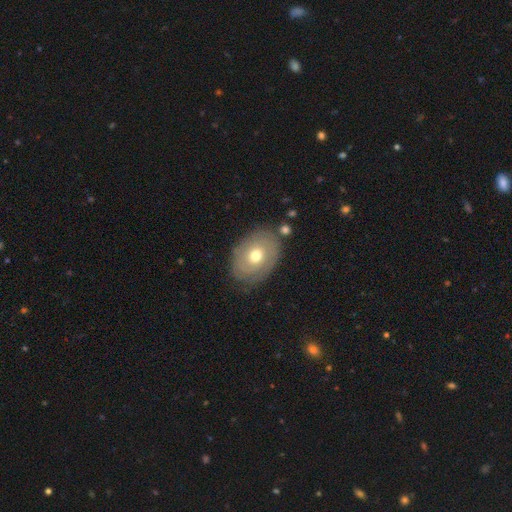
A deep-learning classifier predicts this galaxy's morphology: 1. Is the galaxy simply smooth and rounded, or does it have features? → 47% smooth, 45% featured or disk, 8% star or artifact.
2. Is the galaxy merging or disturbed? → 76% none, 15% minor disturbance, 5% major disturbance, 3% merger.